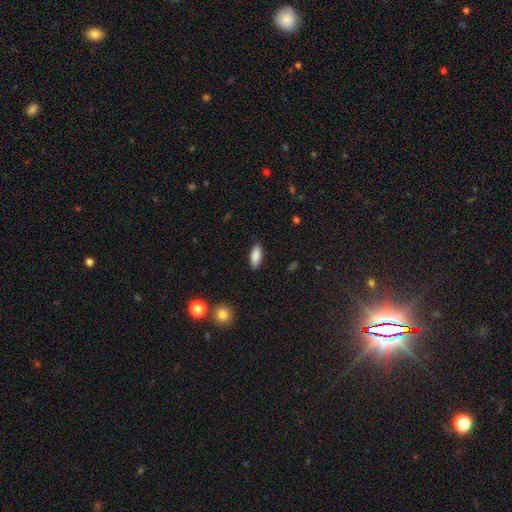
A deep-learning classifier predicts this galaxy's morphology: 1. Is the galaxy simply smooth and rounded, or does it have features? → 87% smooth, 7% star or artifact, 6% featured or disk.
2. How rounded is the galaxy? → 76% in between, 22% cigar-shaped, 2% round.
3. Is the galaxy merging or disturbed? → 88% none, 9% minor disturbance, 2% major disturbance, 1% merger.